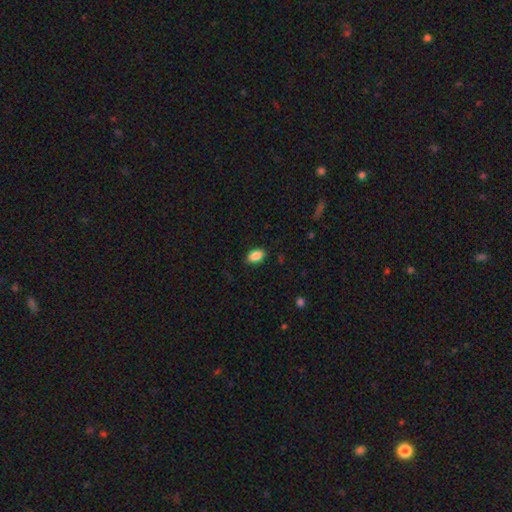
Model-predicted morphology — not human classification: smooth 87%, star or artifact 8%, featured or disk 5%. Down the decision tree: how rounded — in between (89%); merging — none (84%).